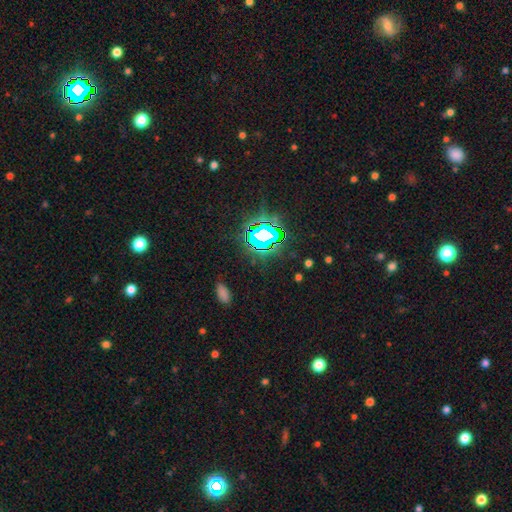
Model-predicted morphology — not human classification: Smooth or featured? Predicted: star or artifact (p=0.82).